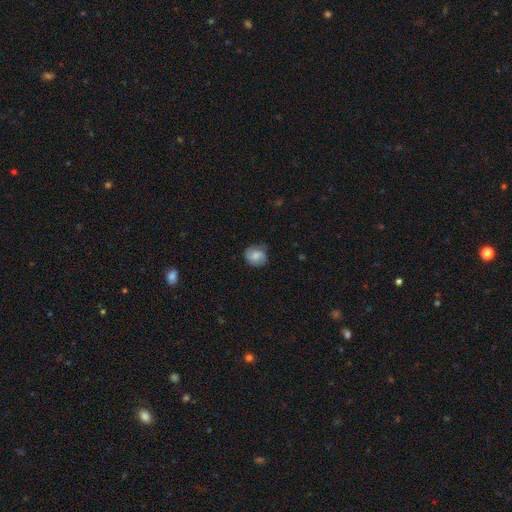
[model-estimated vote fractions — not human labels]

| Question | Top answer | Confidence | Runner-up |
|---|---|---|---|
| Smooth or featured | smooth | 64% | featured or disk (28%) |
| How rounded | round | 67% | in between (32%) |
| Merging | none | 69% | minor disturbance (24%) |